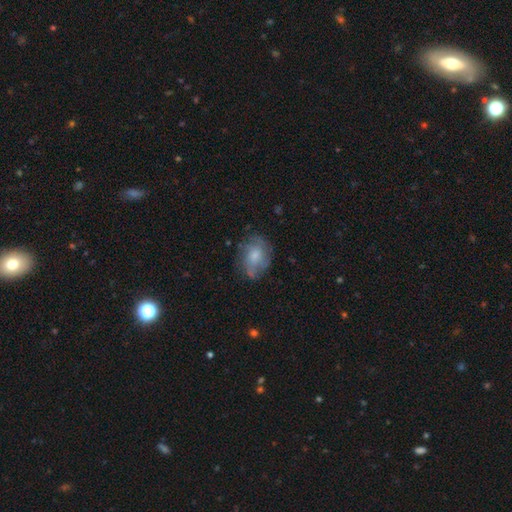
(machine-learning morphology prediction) Smooth or featured: smooth — 47% (featured or disk — 44%)
Merging: none — 64% (minor disturbance — 24%)